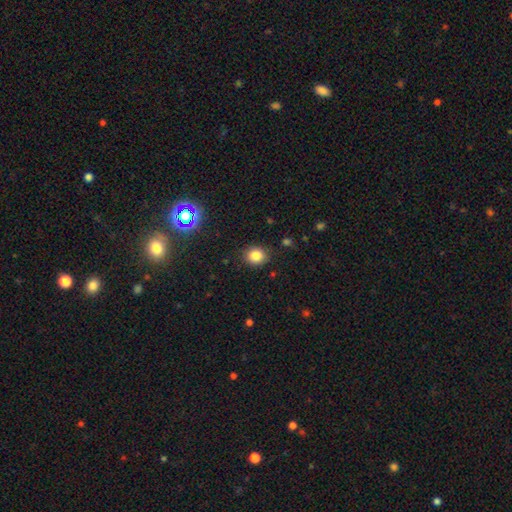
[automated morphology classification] Overall: smooth (83%). How rounded: round (74%). Merging: none (87%).